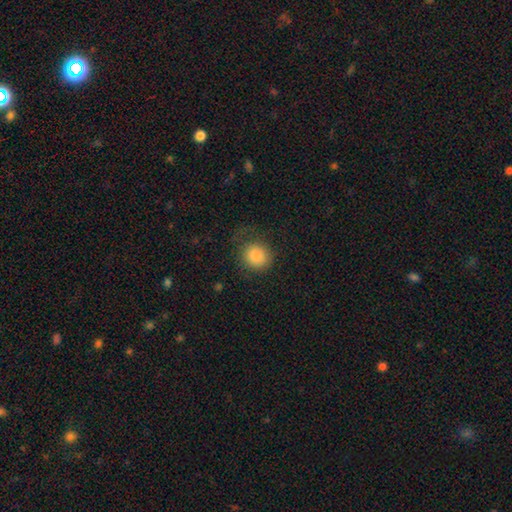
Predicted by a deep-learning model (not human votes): Smooth or featured? Predicted: smooth (p=0.84). How rounded? Predicted: round (p=0.80). Merging? Predicted: none (p=0.69).